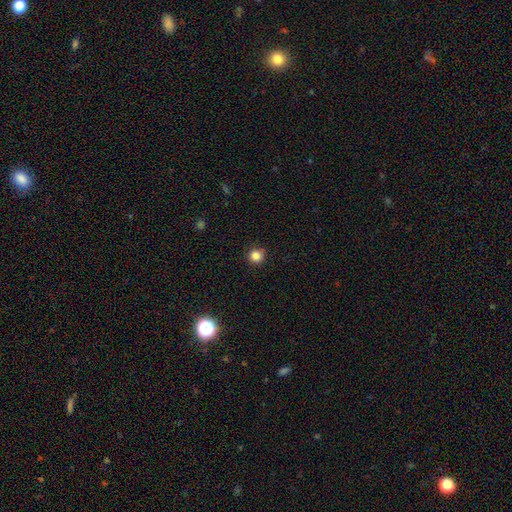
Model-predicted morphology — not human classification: smooth-or-featured: smooth: 84% | star or artifact: 12% | featured or disk: 4%
  how-rounded: round: 94% | in between: 5% | cigar-shaped: 1%
  merging: none: 89% | minor disturbance: 8% | major disturbance: 2% | merger: 1%